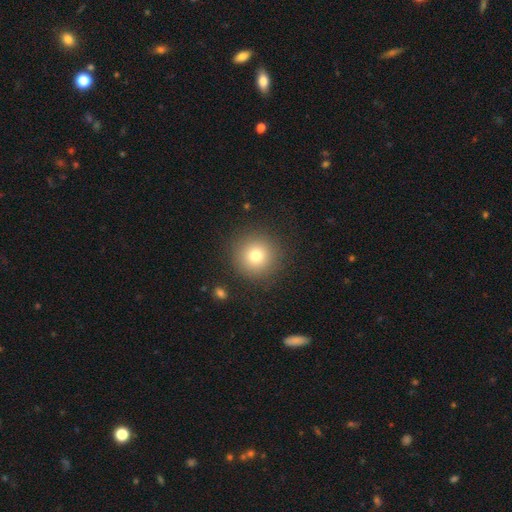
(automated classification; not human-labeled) A smooth galaxy with no disk features (77%) that is round (95%).

Vote fractions:
- Smooth or featured? smooth: 77% / star or artifact: 12% / featured or disk: 10%
- How rounded? round: 95% / in between: 4% / cigar-shaped: 1%
- Merging? none: 89% / minor disturbance: 7% / major disturbance: 3% / merger: 2%